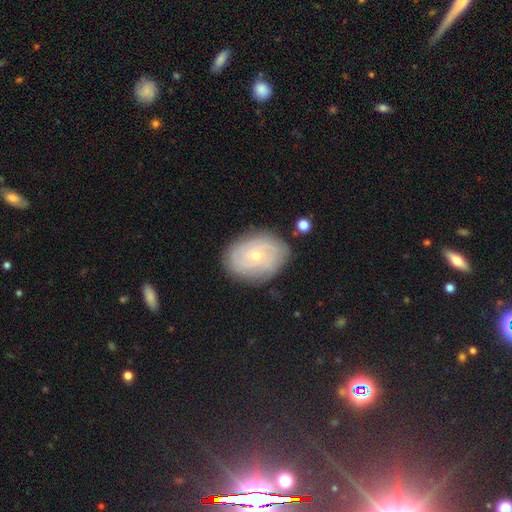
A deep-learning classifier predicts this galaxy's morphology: This is likely a featured or disk galaxy (66%). It is clearly not viewed edge-on (96%). Bar: likely no (79%). Spiral arm pattern: likely yes (79%). Spiral arm count: possibly can't tell (53%). Spiral winding: likely tight (73%). Central bulge: likely small (69%). Merging: clearly none (81%).